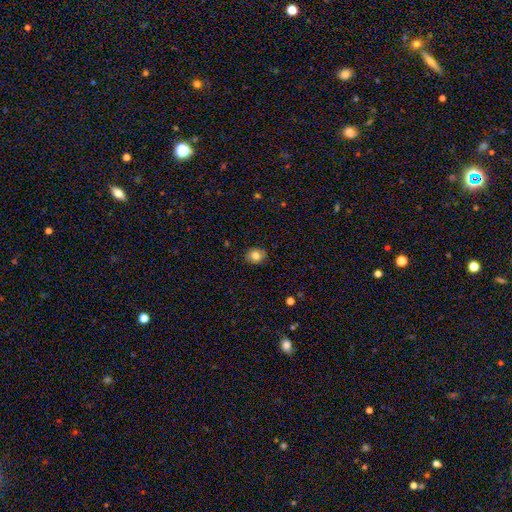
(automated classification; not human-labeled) This appears to be a smooth galaxy with no disk features (81%) that is round (65%). Merging: none (87%).